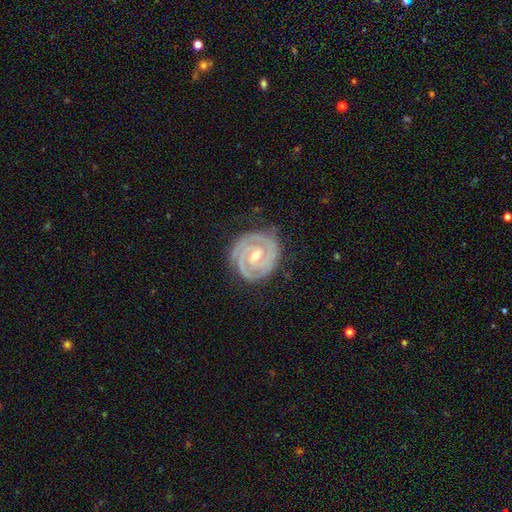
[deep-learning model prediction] A featured or disk galaxy (90%) with no bar (40%), 2 (70%) tight (83%) spiral arms (98%) and a moderate central bulge (55%).

Vote fractions:
- Smooth or featured? featured or disk: 90% / smooth: 5% / star or artifact: 5%
- Edge-on disk? no: 97% / yes: 3%
- Bar? no: 40% / weak: 39% / strong: 21%
- Spiral arms? yes: 98% / no: 2%
- Spiral winding? tight: 83% / medium: 15% / loose: 2%
- Spiral arm count? 2: 70% / 3: 15% / can't tell: 7% / 4: 3% / 1: 3% / more than 4: 2%
- Bulge size? moderate: 55% / small: 42% / large: 1% / none: 1% / dominant: 1%
- Merging? none: 82% / minor disturbance: 14% / major disturbance: 3% / merger: 1%